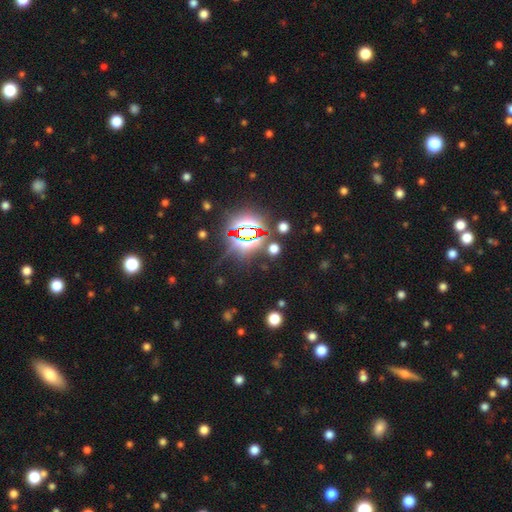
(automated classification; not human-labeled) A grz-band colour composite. It shows a star or artifact, not a galaxy (79%).